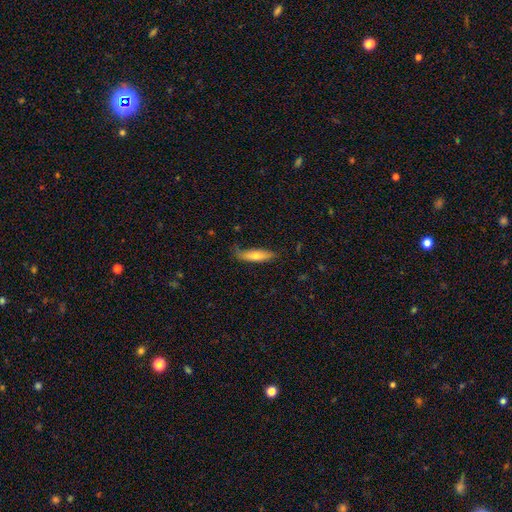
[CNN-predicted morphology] type=smooth (67%); roundness=cigar-shaped (65%); merging=none (66%).